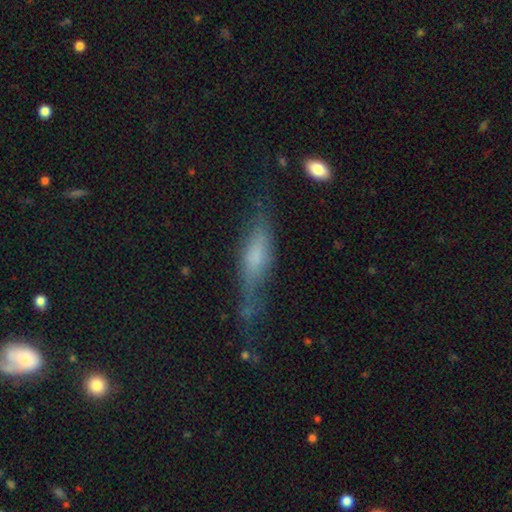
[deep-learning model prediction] This is possibly a smooth galaxy (49%). Merging: possibly none (47%).